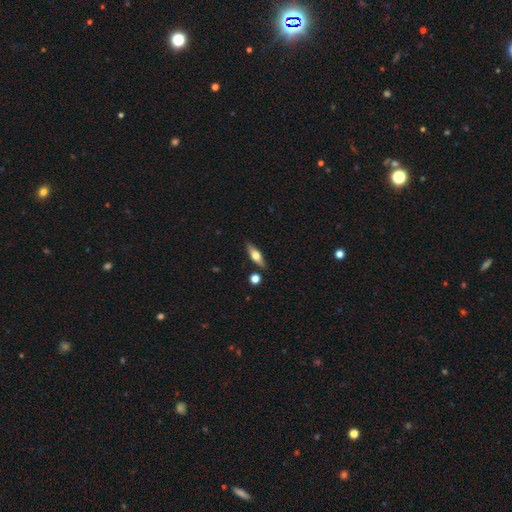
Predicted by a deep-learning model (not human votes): A featured or disk galaxy (48%). Merging: none (84%).